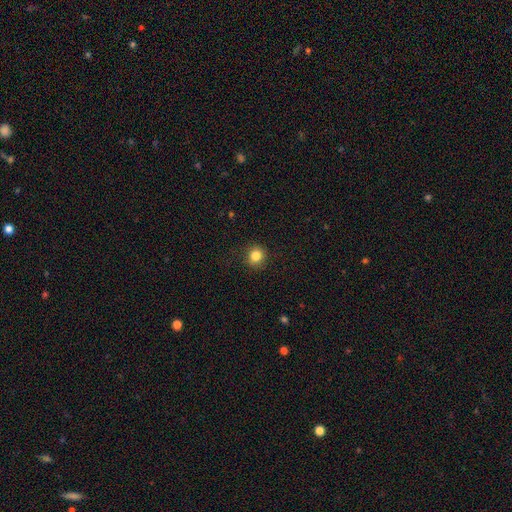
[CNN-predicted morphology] smooth_or_featured: smooth (p=0.84) [alt: star or artifact p=0.11]
how_rounded: round (p=0.88) [alt: in between p=0.11]
merging: none (p=0.90) [alt: minor disturbance p=0.07]